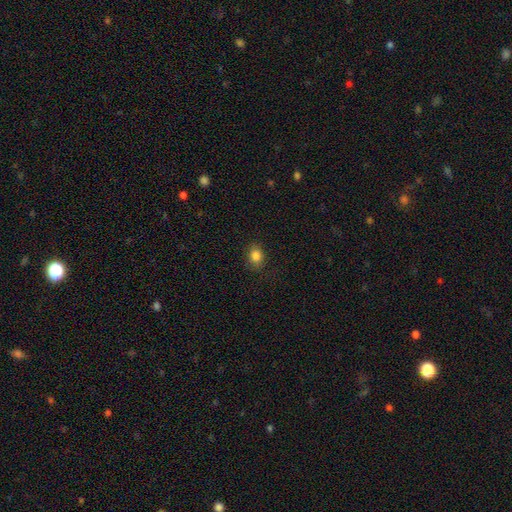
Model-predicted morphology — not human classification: Overall: smooth (84%). How rounded: in between (57%; round 42%). Merging: none (85%).